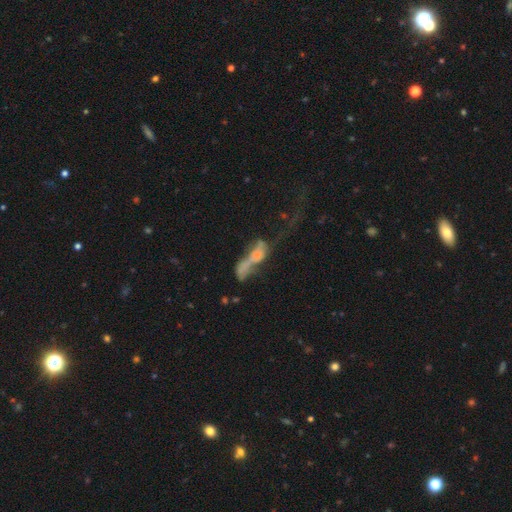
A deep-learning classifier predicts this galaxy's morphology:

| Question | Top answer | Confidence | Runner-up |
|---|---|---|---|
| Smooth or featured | featured or disk | 47% | smooth (37%) |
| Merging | merger | 40% | major disturbance (34%) |